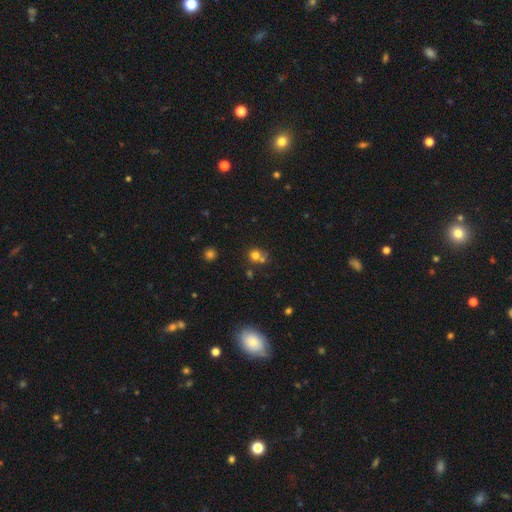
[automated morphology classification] smooth 72%, star or artifact 17%, featured or disk 11%. Down the decision tree: how rounded — round (83%); merging — none (50%).